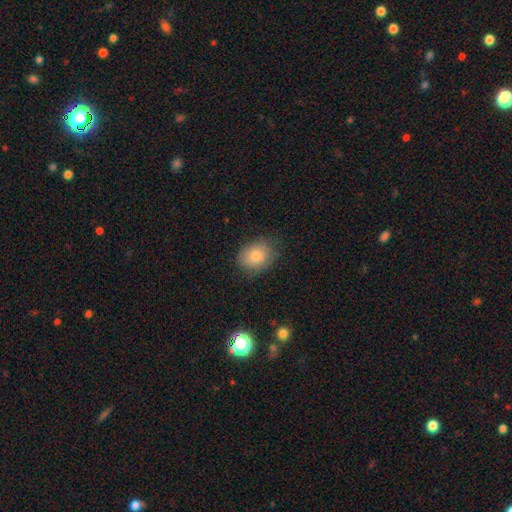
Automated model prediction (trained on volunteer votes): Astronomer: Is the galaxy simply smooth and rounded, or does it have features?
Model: smooth — 78%.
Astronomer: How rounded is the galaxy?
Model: in between — 54% (runner-up: round, 45%).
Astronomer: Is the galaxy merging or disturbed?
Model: none — 78%.